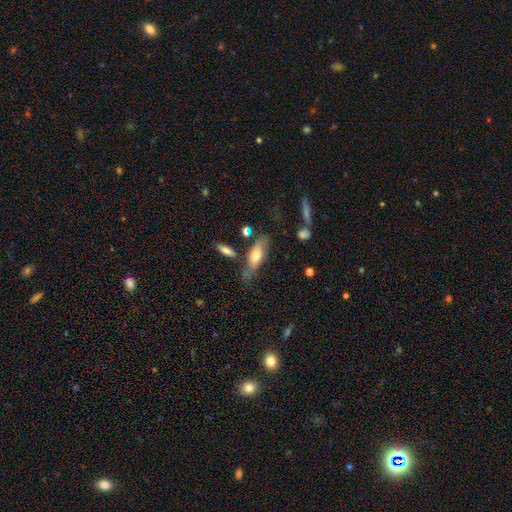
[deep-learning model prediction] The model was most divided on "merging": none: 56%, minor disturbance: 25%, major disturbance: 10%, merger: 9%. More confident: how rounded — in between (70%); smooth or featured — smooth (65%).